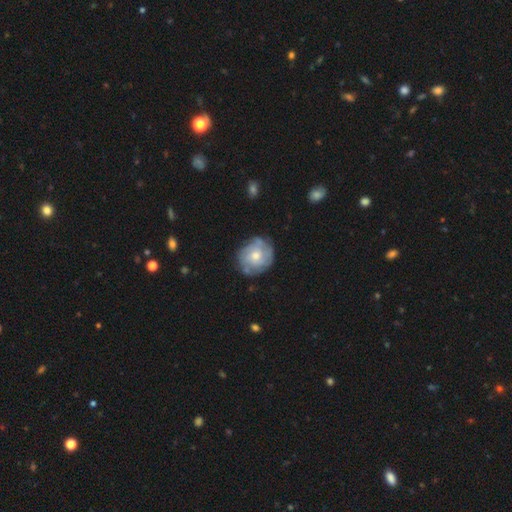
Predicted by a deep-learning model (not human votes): Morphology: type=featured or disk (58%); edge-on=no (97%); bar=no (81%); spiral arms=yes (67%); bulge=moderate (64%); merging=none (70%).